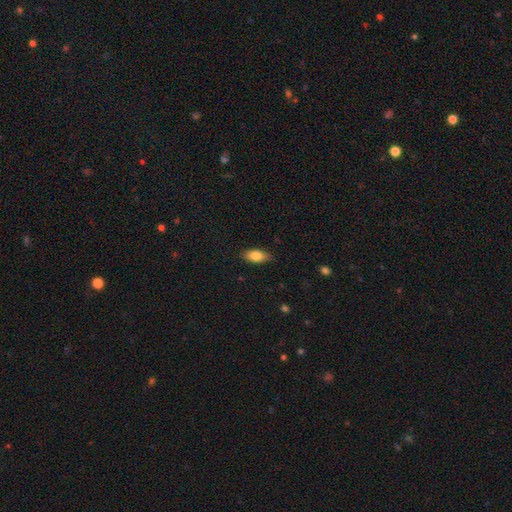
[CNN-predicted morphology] This appears to be a smooth galaxy with no disk features (82%) that is in between round and cigar-shaped (88%). Merging: none (84%).